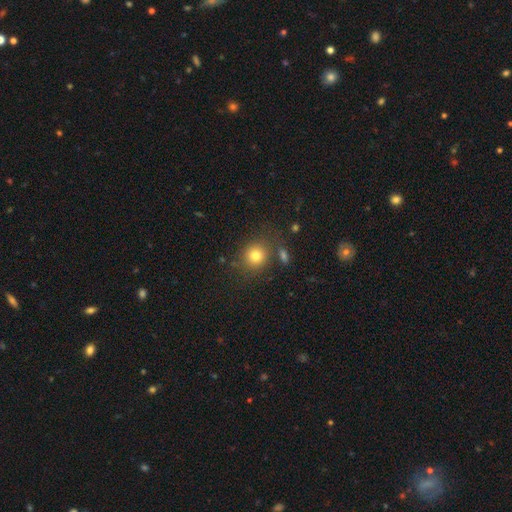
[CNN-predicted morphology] smooth 79%, star or artifact 13%, featured or disk 8%. Down the decision tree: how rounded — round (82%); merging — none (77%).